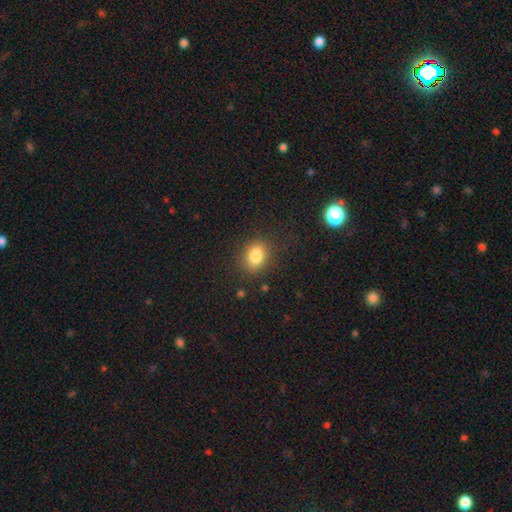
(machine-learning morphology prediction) A smooth galaxy with no disk features (83%) that is in between round and cigar-shaped (60%).

Vote fractions:
- Smooth or featured? smooth: 83% / star or artifact: 10% / featured or disk: 7%
- How rounded? in between: 60% / round: 39% / cigar-shaped: 1%
- Merging? none: 83% / minor disturbance: 11% / major disturbance: 4% / merger: 2%